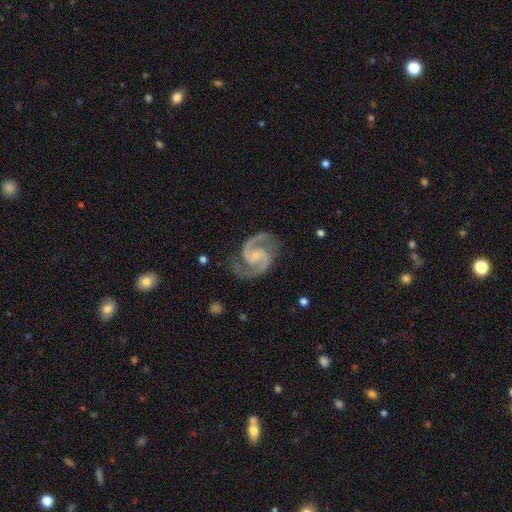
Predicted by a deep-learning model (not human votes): Smooth or featured? Predicted: featured or disk (p=0.94). Edge-on disk? Predicted: no (p=0.98). Bar? Predicted: no (p=0.56). Spiral arms? Predicted: yes (p=0.99). Spiral winding? Predicted: medium (p=0.66). Spiral arm count? Predicted: 2 (p=0.95). Bulge size? Predicted: small (p=0.65). Merging? Predicted: none (p=0.81).